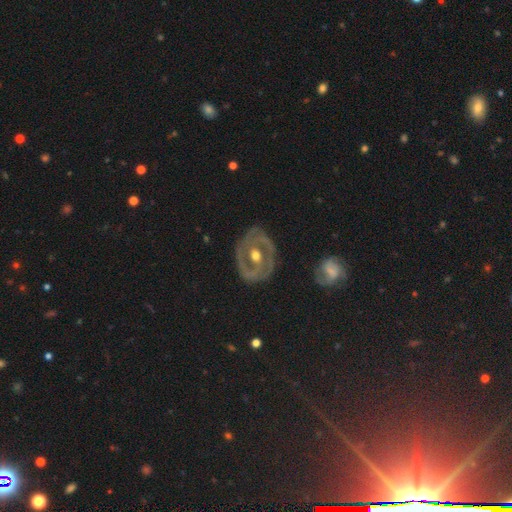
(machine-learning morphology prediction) featured or disk 81%, smooth 14%, star or artifact 5%. Down the decision tree: edge-on disk — no (96%); bar — no (50%); spiral arms — yes (62%); bulge size — moderate (79%); merging — none (73%).